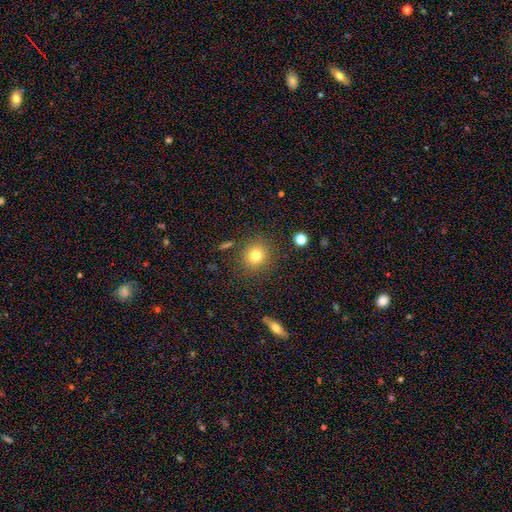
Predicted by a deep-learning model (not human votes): Q: Smooth or featured?
A: smooth (78%); runner-up: star or artifact (12%)
Q: How rounded?
A: round (86%); runner-up: in between (13%)
Q: Merging?
A: none (86%); runner-up: minor disturbance (8%)